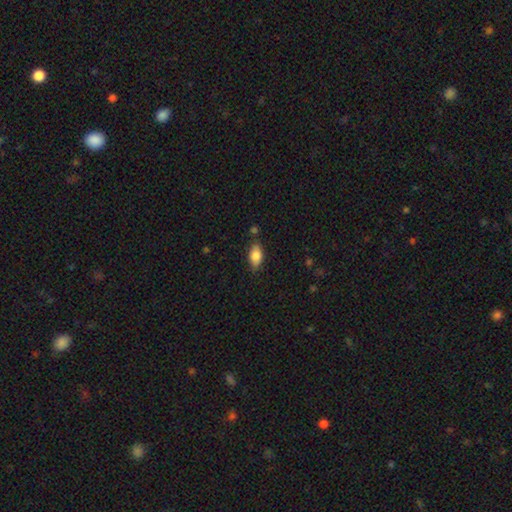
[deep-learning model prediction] Smooth or featured?
  - smooth: 81% *
  - featured or disk: 11%
  - star or artifact: 7%
How rounded?
  - in between: 89% *
  - cigar-shaped: 6%
  - round: 4%
Merging?
  - none: 79% *
  - minor disturbance: 15%
  - merger: 3%
  - major disturbance: 3%